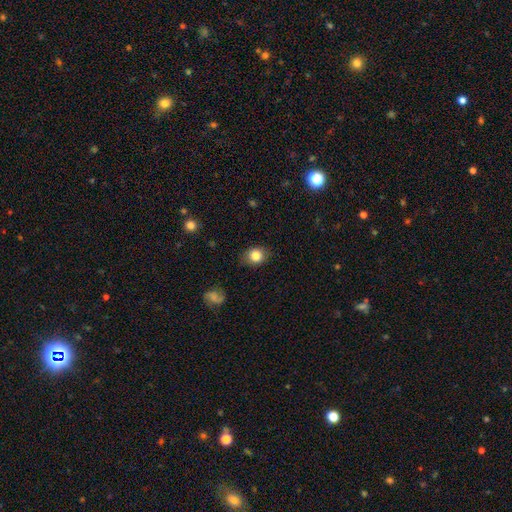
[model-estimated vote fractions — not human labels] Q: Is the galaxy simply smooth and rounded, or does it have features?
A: smooth — 83%.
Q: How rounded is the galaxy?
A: round — 57%.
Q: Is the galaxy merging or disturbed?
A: none — 82%.